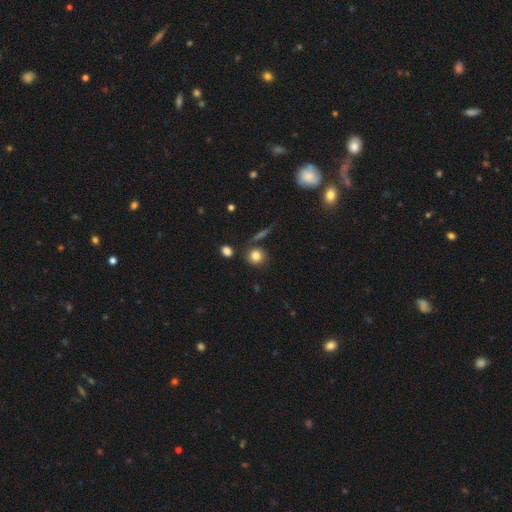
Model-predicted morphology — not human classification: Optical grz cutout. It shows a smooth galaxy with no disk features (81%) that is round (85%). Merging: none (74%).